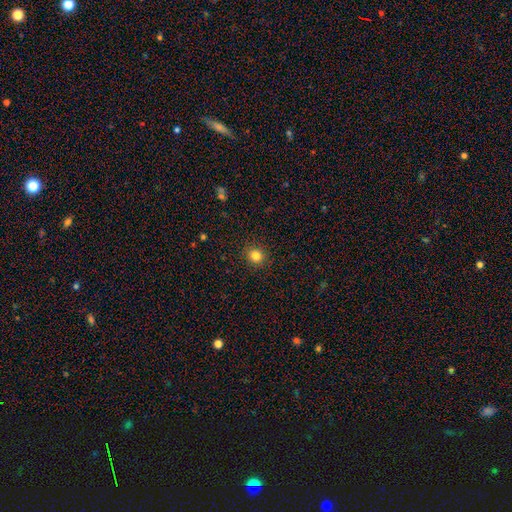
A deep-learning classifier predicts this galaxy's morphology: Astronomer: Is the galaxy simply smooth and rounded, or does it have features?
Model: smooth — 83%.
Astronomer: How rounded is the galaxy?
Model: round — 90%.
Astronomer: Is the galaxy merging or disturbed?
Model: none — 91%.